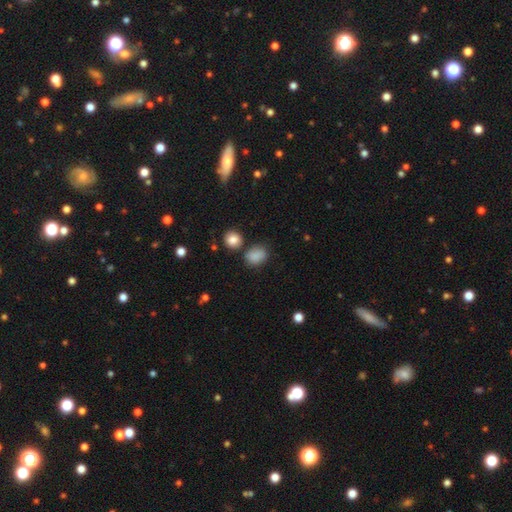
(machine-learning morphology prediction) smooth-or-featured: smooth: 85% | star or artifact: 10% | featured or disk: 5%
  how-rounded: in between: 57% | round: 42% | cigar-shaped: 1%
  merging: none: 70% | minor disturbance: 17% | merger: 8% | major disturbance: 5%